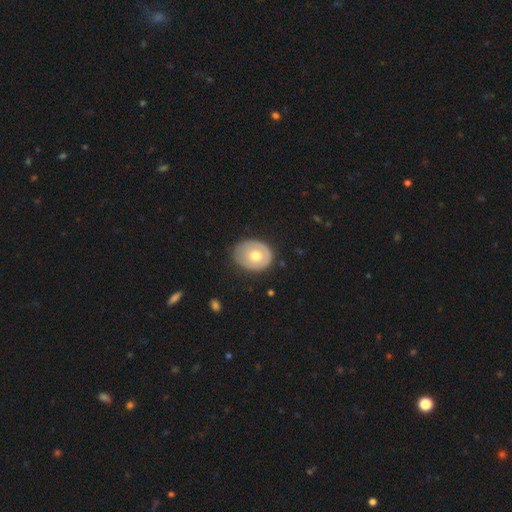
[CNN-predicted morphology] Q: Smooth or featured?
A: smooth (57%); runner-up: featured or disk (38%)
Q: How rounded?
A: round (55%); runner-up: in between (44%)
Q: Merging?
A: none (73%); runner-up: minor disturbance (20%)